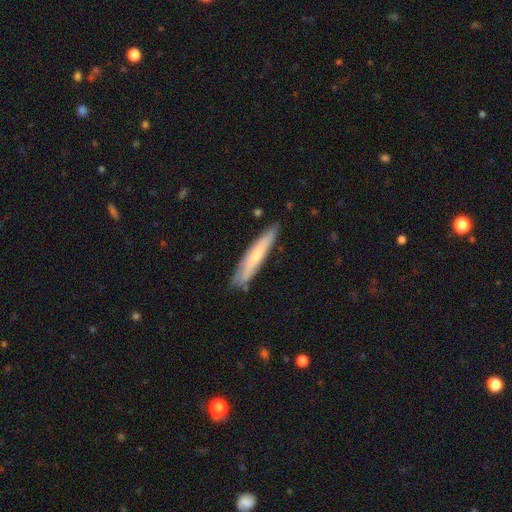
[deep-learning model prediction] Smooth or featured: smooth — 57% (featured or disk — 37%)
How rounded: cigar-shaped — 91% (in between — 8%)
Merging: none — 81% (minor disturbance — 15%)